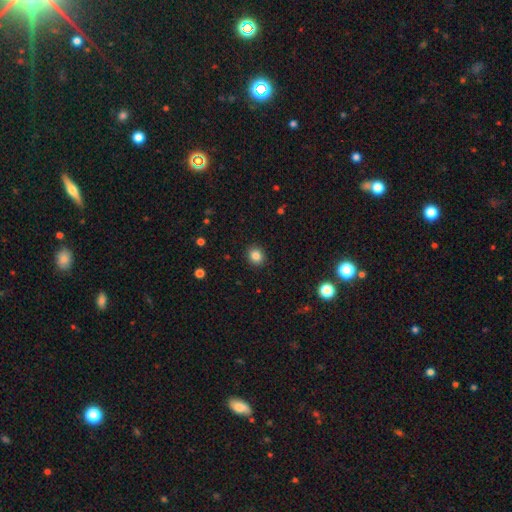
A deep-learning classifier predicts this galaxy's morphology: Q: Smooth or featured?
A: smooth (84%); runner-up: star or artifact (11%)
Q: How rounded?
A: round (80%); runner-up: in between (19%)
Q: Merging?
A: none (92%); runner-up: minor disturbance (5%)